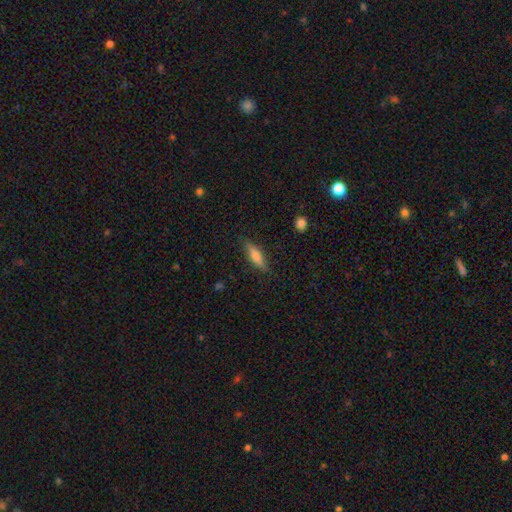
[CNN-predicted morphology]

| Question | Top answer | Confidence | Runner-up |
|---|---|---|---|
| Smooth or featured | smooth | 55% | featured or disk (38%) |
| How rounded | cigar-shaped | 68% | in between (29%) |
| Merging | none | 82% | minor disturbance (14%) |